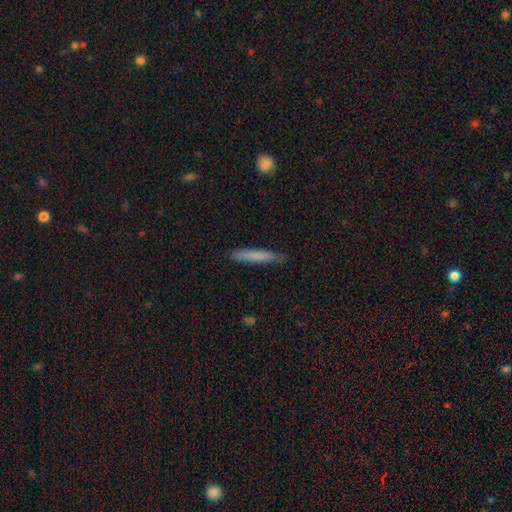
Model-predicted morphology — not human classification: smooth 76%, featured or disk 19%, star or artifact 6%. Down the decision tree: how rounded — cigar-shaped (95%); merging — none (85%).